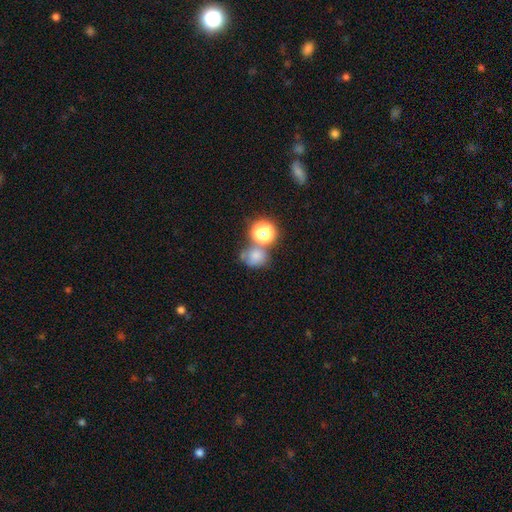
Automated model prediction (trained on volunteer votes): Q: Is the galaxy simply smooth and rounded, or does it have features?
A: smooth — 70%.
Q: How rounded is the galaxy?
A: round — 66%.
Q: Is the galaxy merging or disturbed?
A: none — 45%.